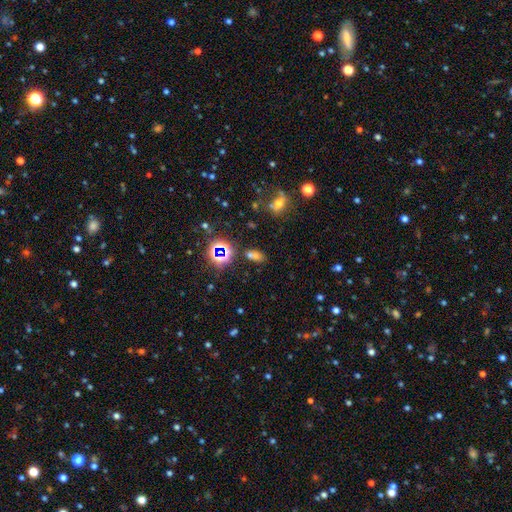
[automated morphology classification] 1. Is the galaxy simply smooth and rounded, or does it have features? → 54% smooth, 38% star or artifact, 8% featured or disk.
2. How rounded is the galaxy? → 80% in between, 13% round, 7% cigar-shaped.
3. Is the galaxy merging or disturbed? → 63% none, 18% merger, 13% minor disturbance, 6% major disturbance.